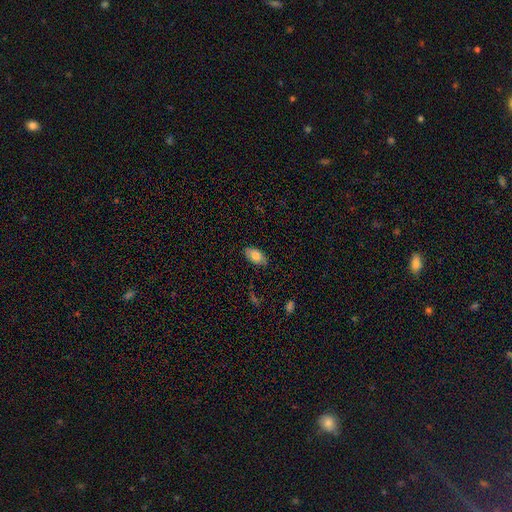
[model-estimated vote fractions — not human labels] The model was most divided on "smooth or featured": smooth: 80%, featured or disk: 13%, star or artifact: 7%. More confident: how rounded — in between (94%); merging — none (84%).